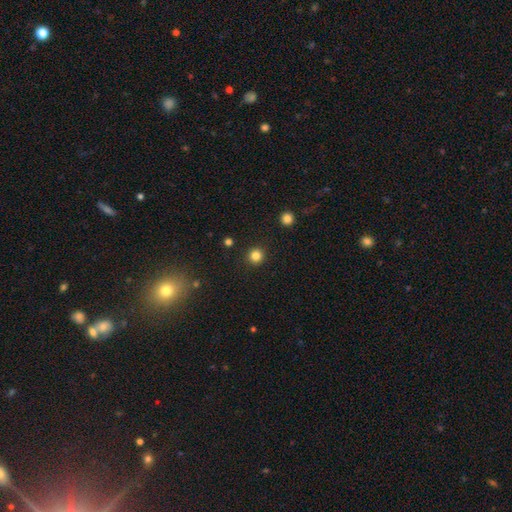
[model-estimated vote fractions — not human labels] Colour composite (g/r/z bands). It shows a smooth galaxy with no disk features (83%) that is round (95%). Merging: none (92%).